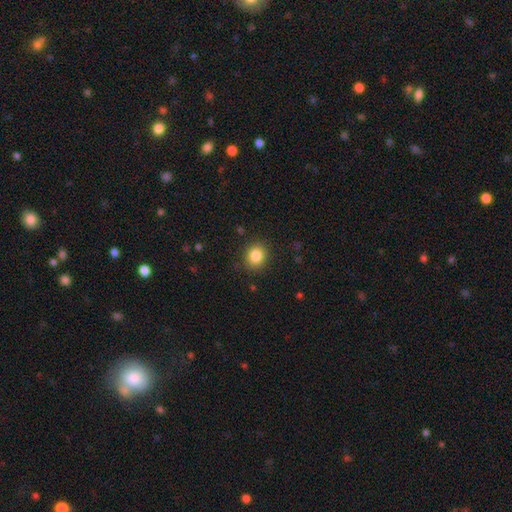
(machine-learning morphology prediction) type=smooth (84%); roundness=round (77%); merging=none (88%).